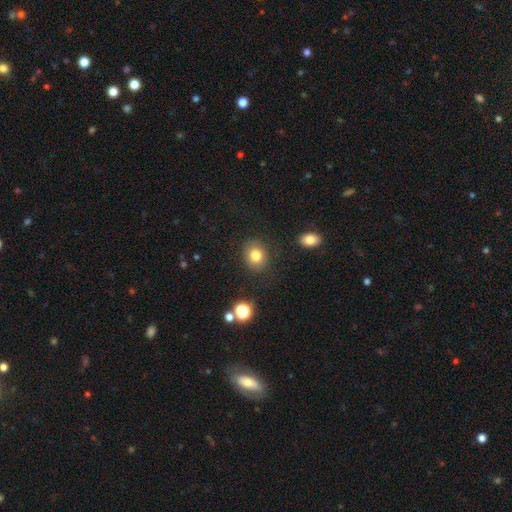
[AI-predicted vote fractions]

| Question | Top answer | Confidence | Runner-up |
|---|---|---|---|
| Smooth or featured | smooth | 80% | star or artifact (11%) |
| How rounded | round | 66% | in between (34%) |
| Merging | none | 84% | minor disturbance (10%) |